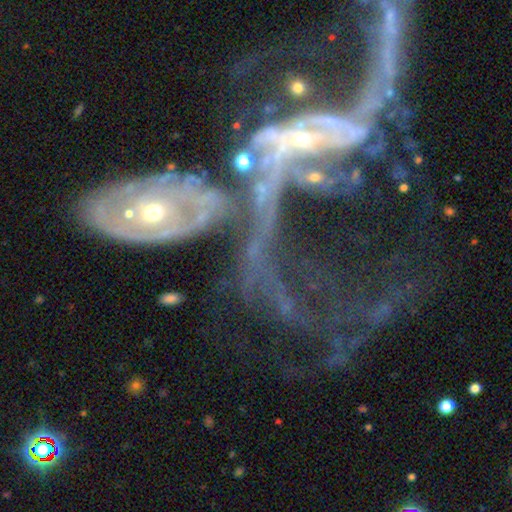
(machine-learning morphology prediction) type=featured or disk (69%); edge-on=no (91%); bar=no (64%); spiral arms=yes (73%); bulge=small (50%); merging=merger (36%).